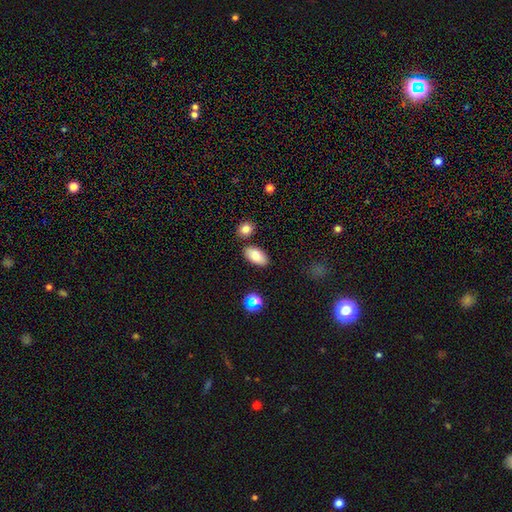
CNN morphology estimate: smooth_or_featured: smooth (p=0.84) [alt: star or artifact p=0.08]
how_rounded: in between (p=0.94) [alt: round p=0.04]
merging: none (p=0.83) [alt: minor disturbance p=0.09]